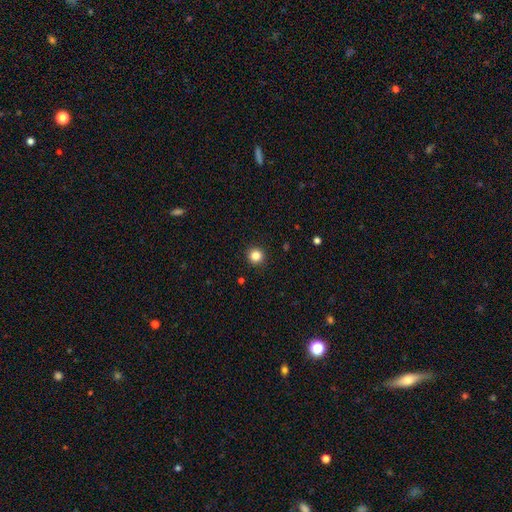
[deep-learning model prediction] This is clearly a smooth galaxy (84%). How rounded: clearly round (95%). Merging: clearly none (93%).